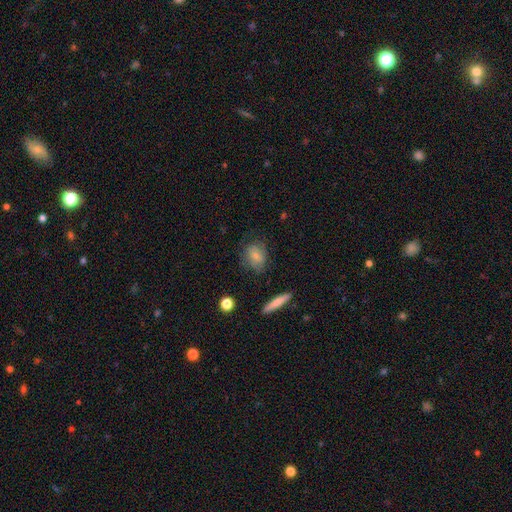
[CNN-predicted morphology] Smooth or featured: smooth — 75% (featured or disk — 17%)
How rounded: in between — 61% (round — 36%)
Merging: none — 68% (minor disturbance — 22%)